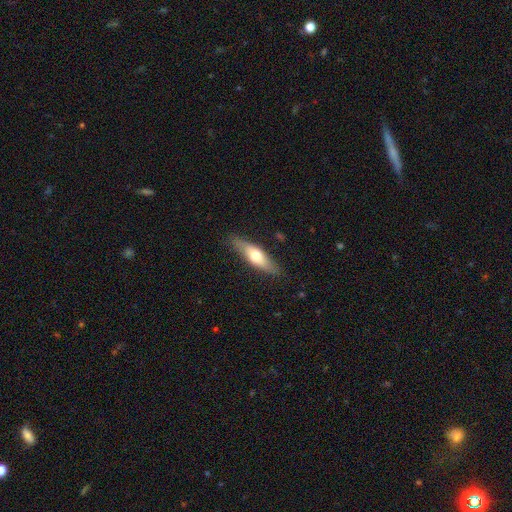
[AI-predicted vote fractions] A smooth galaxy with no disk features (56%) that is cigar-shaped (55%).

Vote fractions:
- Smooth or featured? smooth: 56% / featured or disk: 38% / star or artifact: 6%
- How rounded? cigar-shaped: 55% / in between: 43% / round: 2%
- Merging? none: 83% / minor disturbance: 14% / major disturbance: 3% / merger: 1%